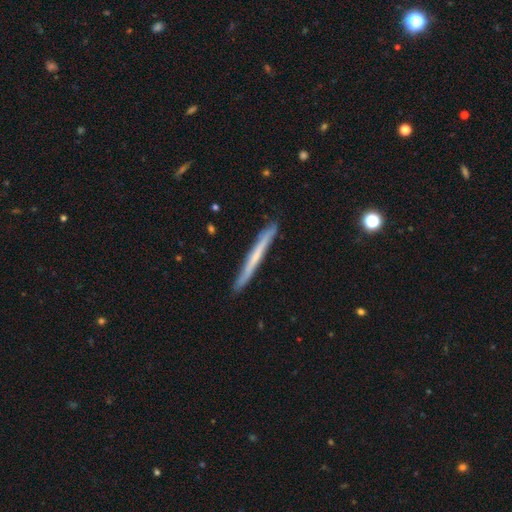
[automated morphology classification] Overall: smooth (49%; featured or disk 45%). Merging: none (90%).